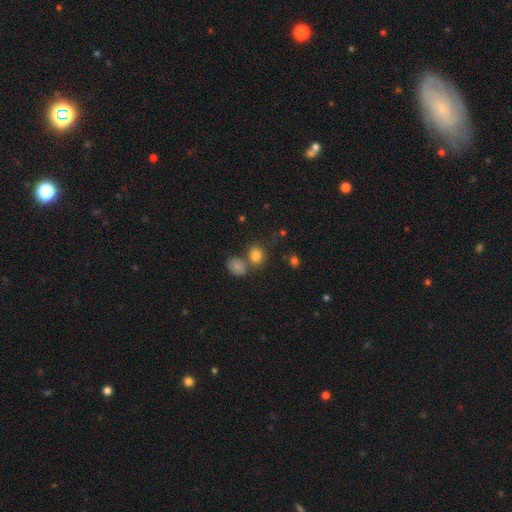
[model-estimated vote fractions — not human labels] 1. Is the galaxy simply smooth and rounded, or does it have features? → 81% smooth, 12% star or artifact, 7% featured or disk.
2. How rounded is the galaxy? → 57% round, 42% in between, 1% cigar-shaped.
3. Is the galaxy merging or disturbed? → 56% none, 27% merger, 12% minor disturbance, 5% major disturbance.